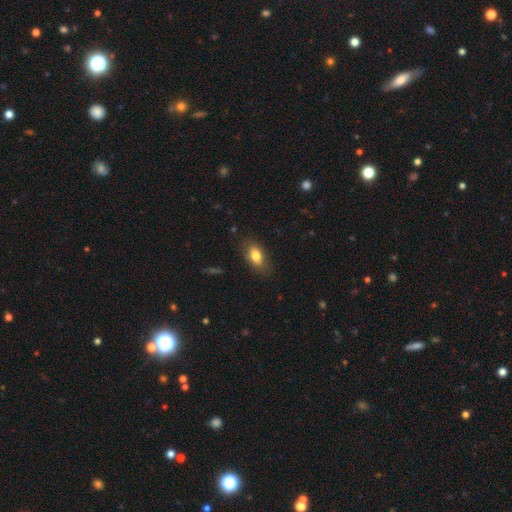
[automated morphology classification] type=smooth (79%); roundness=in between (87%); merging=none (79%).